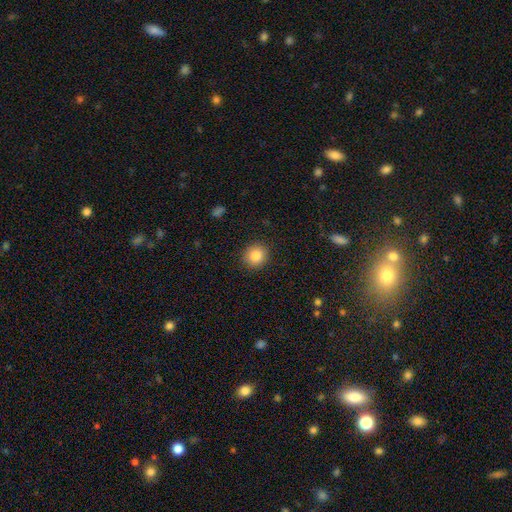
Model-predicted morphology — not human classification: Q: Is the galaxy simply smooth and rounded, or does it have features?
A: smooth — 85%.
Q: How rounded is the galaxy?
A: round — 90%.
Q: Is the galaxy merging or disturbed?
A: none — 91%.